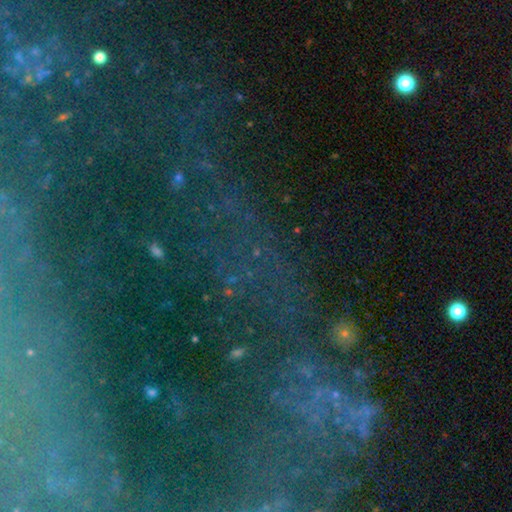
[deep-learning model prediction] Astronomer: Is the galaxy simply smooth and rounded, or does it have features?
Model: star or artifact — 65%.